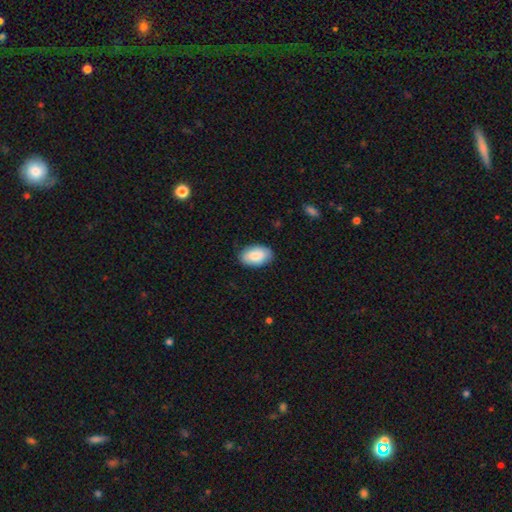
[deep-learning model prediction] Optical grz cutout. It shows a smooth galaxy with no disk features (83%) that is in between round and cigar-shaped (93%). Merging: none (86%).